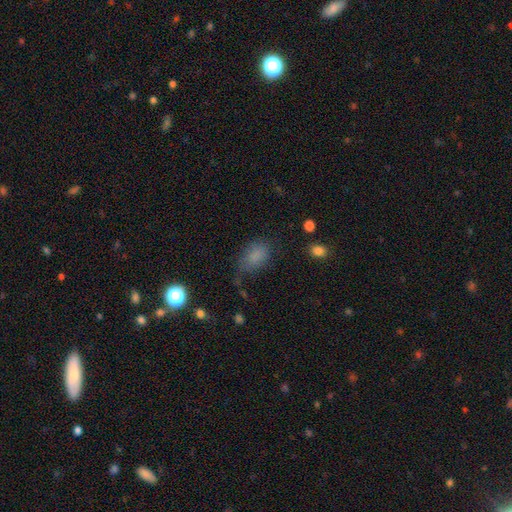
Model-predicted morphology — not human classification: smooth 79%, star or artifact 13%, featured or disk 8%. Down the decision tree: how rounded — in between (88%); merging — none (58%).